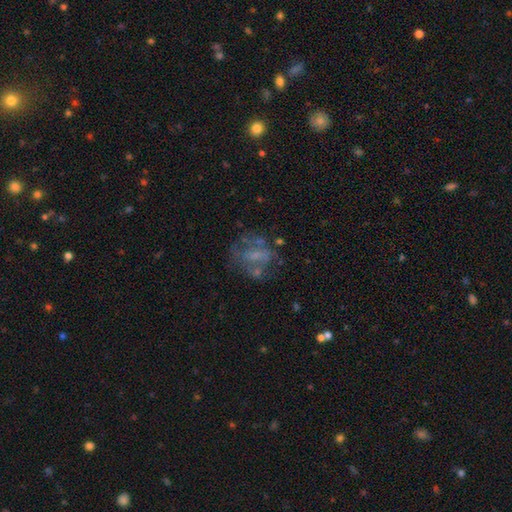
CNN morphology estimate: featured or disk 54%, smooth 32%, star or artifact 14%. Down the decision tree: edge-on disk — no (97%); bar — no (65%); spiral arms — no (73%); bulge size — small (39%); merging — none (47%).